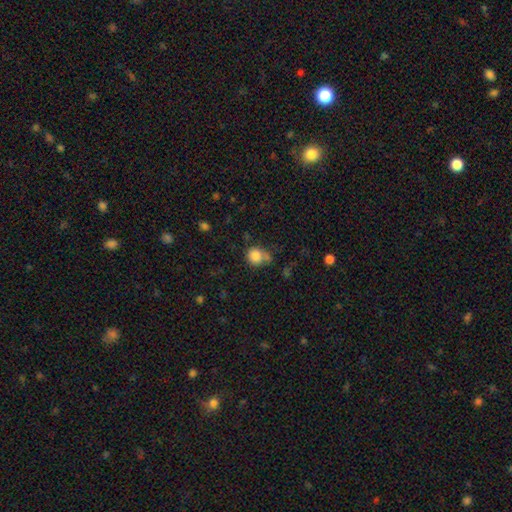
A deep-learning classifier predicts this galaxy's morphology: This appears to be a smooth galaxy with no disk features (83%) that is round (79%). Merging: none (52%).